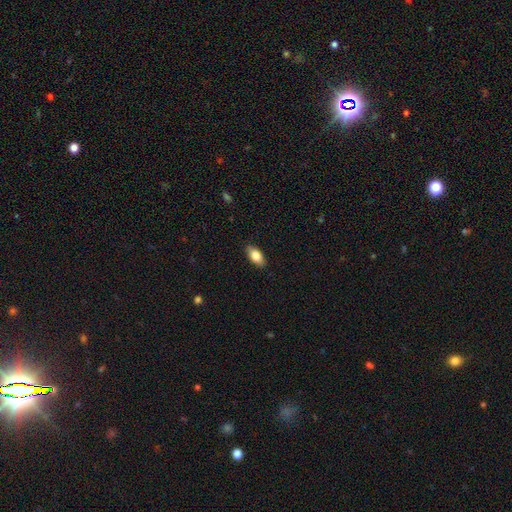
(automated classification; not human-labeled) Overall: smooth (82%). How rounded: in between (91%). Merging: none (88%).